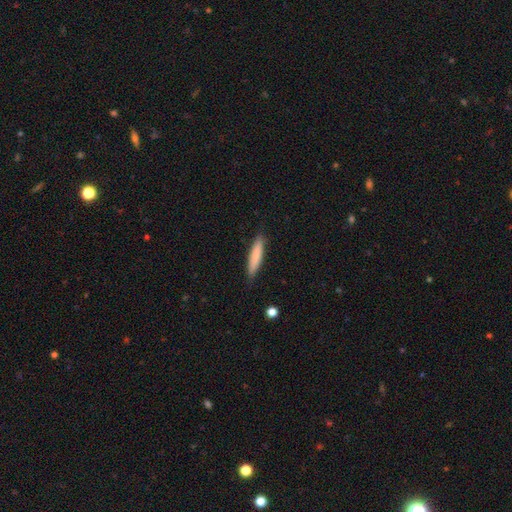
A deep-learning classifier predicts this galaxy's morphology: Smooth or featured? Predicted: smooth (p=0.80). How rounded? Predicted: cigar-shaped (p=0.86). Merging? Predicted: none (p=0.85).